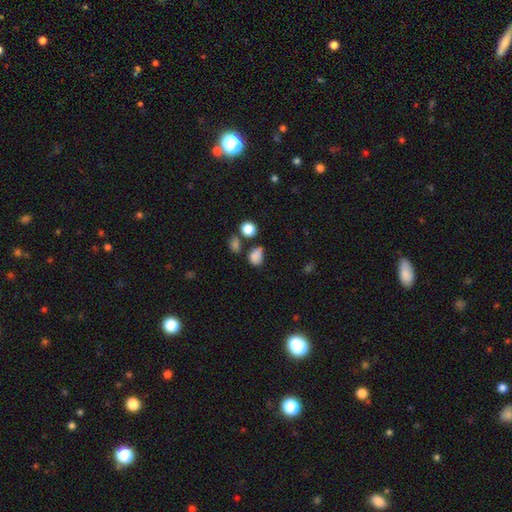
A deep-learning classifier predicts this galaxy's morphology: A smooth galaxy with no disk features (81%) that is in between round and cigar-shaped (60%). Merging: none (52%).